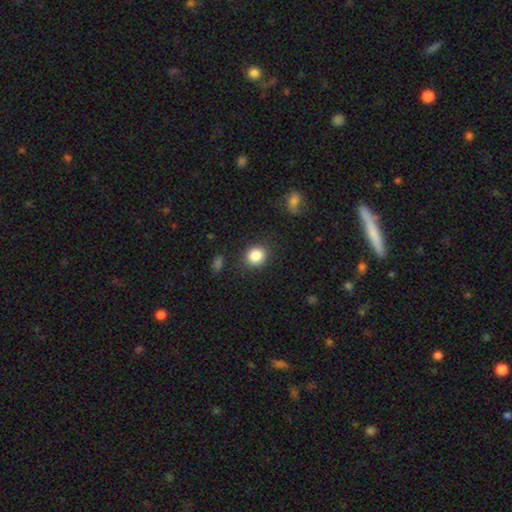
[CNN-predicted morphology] type=smooth (86%); roundness=round (81%); merging=none (87%).